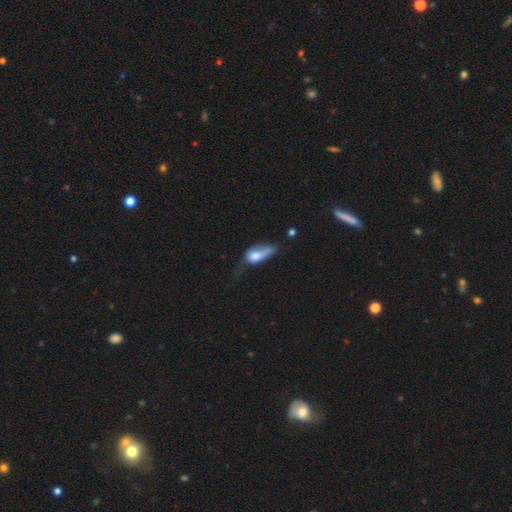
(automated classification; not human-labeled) This is likely a smooth galaxy (64%). How rounded: likely in between (75%). Merging: marginally major disturbance (45%).